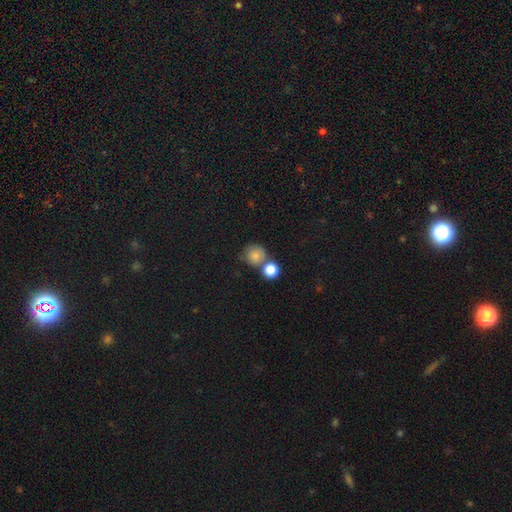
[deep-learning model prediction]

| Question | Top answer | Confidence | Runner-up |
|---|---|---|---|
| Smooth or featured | smooth | 80% | star or artifact (10%) |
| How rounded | round | 88% | in between (11%) |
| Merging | none | 50% | merger (33%) |